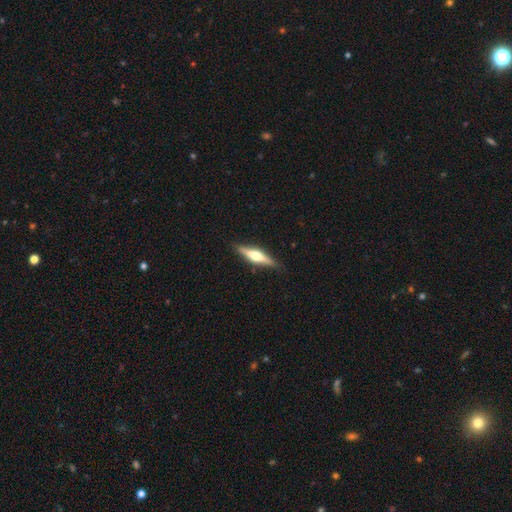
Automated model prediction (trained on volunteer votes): Morphology: type=featured or disk (65%); edge-on=yes (96%); edge-on bulge=rounded (92%); merging=none (87%).